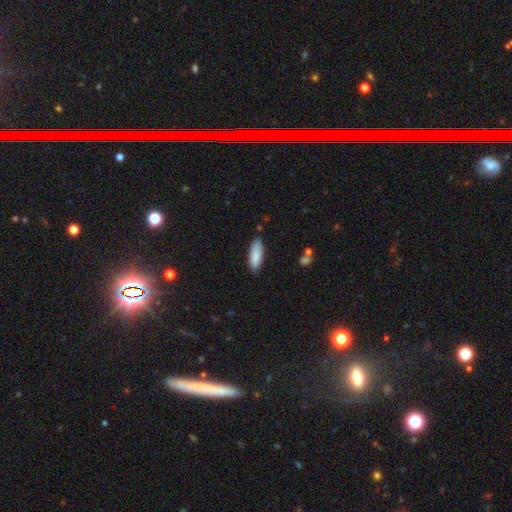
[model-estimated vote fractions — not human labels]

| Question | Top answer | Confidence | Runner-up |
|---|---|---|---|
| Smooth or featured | smooth | 87% | featured or disk (7%) |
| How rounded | in between | 63% | cigar-shaped (35%) |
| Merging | none | 80% | minor disturbance (16%) |